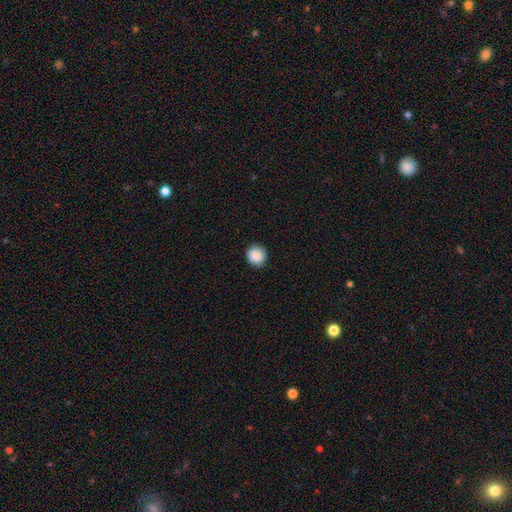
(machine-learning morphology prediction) smooth 88%, star or artifact 8%, featured or disk 4%. Down the decision tree: how rounded — round (93%); merging — none (91%).